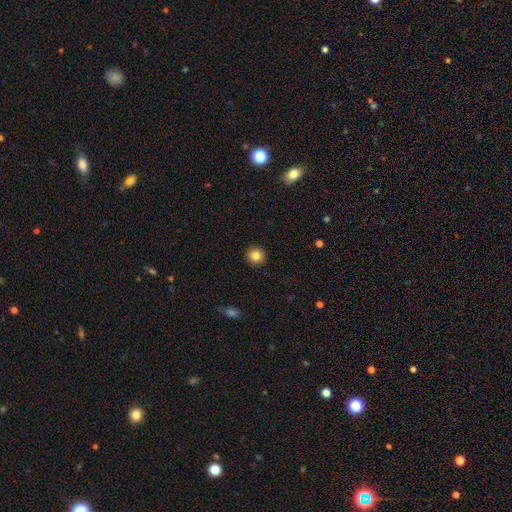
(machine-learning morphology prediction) Q: Smooth or featured?
A: smooth (84%); runner-up: star or artifact (10%)
Q: How rounded?
A: round (95%); runner-up: in between (4%)
Q: Merging?
A: none (93%); runner-up: minor disturbance (5%)